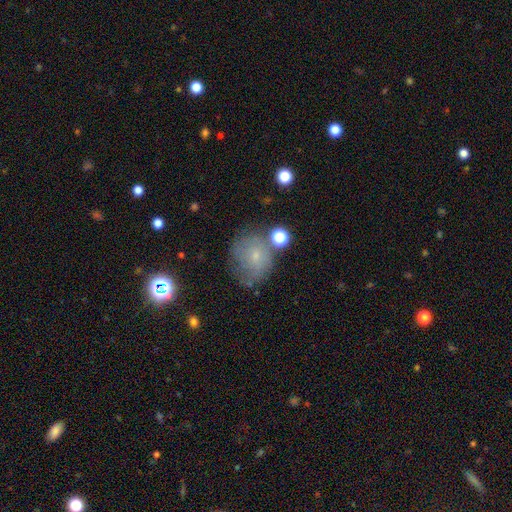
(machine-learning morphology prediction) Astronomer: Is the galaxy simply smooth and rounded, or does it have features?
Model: smooth — 57%.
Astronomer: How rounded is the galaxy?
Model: round — 74%.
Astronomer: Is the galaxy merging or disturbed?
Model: none — 58%.